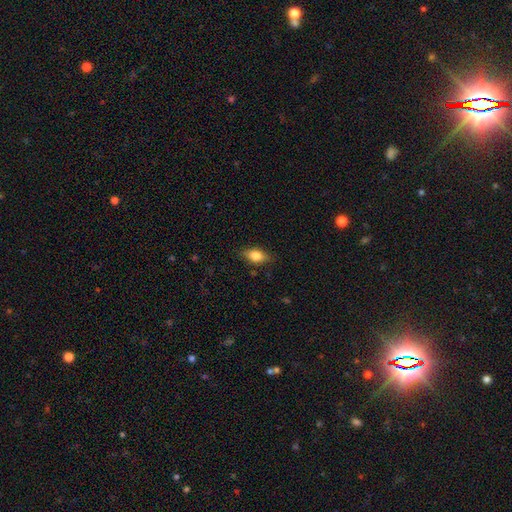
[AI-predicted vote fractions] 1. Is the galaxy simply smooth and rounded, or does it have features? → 78% smooth, 14% featured or disk, 8% star or artifact.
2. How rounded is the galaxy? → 84% in between, 9% cigar-shaped, 7% round.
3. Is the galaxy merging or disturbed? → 82% none, 14% minor disturbance, 3% major disturbance, 1% merger.